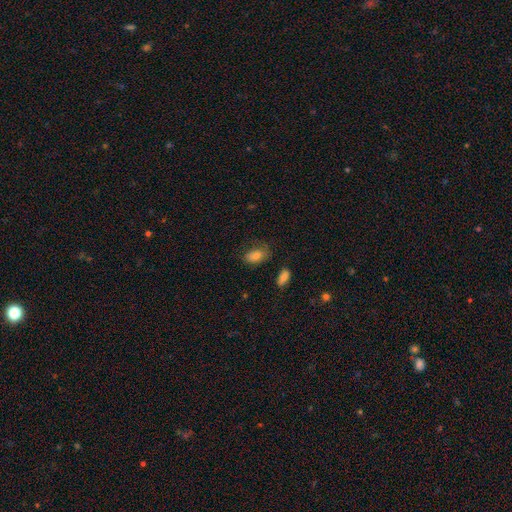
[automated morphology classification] Smooth or featured?
  - smooth: 78% *
  - featured or disk: 12%
  - star or artifact: 10%
How rounded?
  - in between: 89% *
  - round: 9%
  - cigar-shaped: 2%
Merging?
  - none: 64% *
  - minor disturbance: 25%
  - major disturbance: 8%
  - merger: 3%